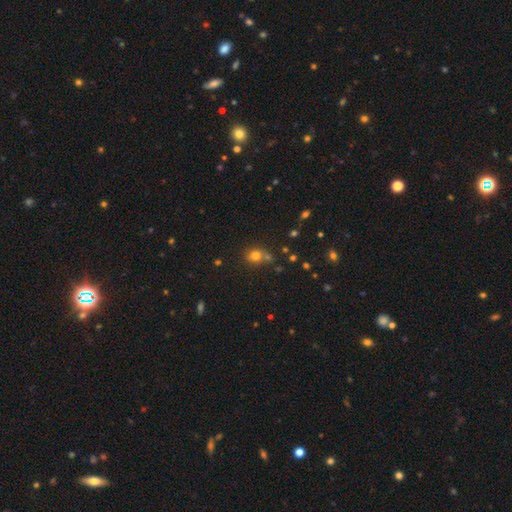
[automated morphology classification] smooth_or_featured: smooth (p=0.75) [alt: star or artifact p=0.17]
how_rounded: round (p=0.80) [alt: in between p=0.19]
merging: none (p=0.60) [alt: merger p=0.22]